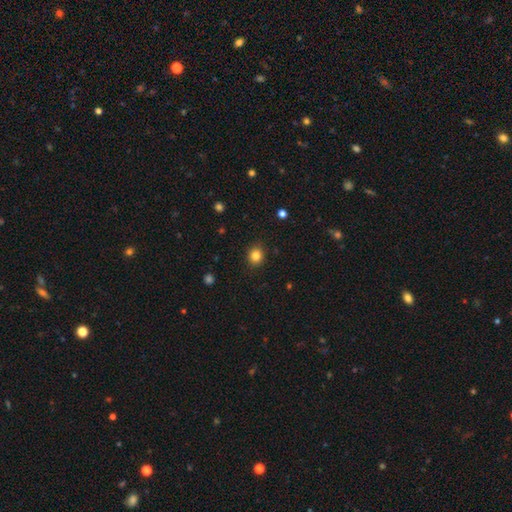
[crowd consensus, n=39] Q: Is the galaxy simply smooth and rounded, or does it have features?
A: smooth — 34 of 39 (87%).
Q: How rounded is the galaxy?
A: round — 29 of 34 (85%).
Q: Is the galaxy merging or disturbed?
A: none — 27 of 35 (77%).